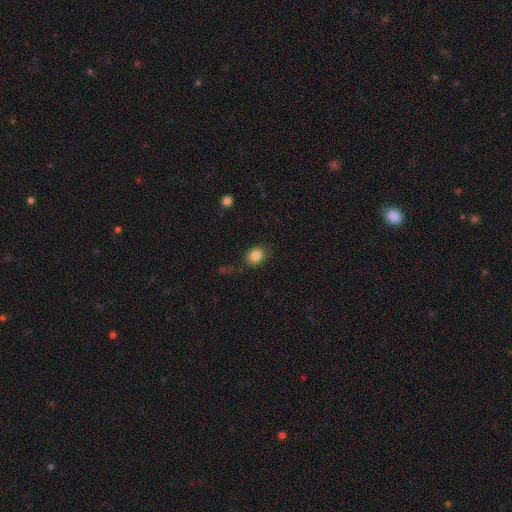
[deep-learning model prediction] Smooth or featured? smooth (85%)
How rounded? in between (50%)
Merging? none (82%)